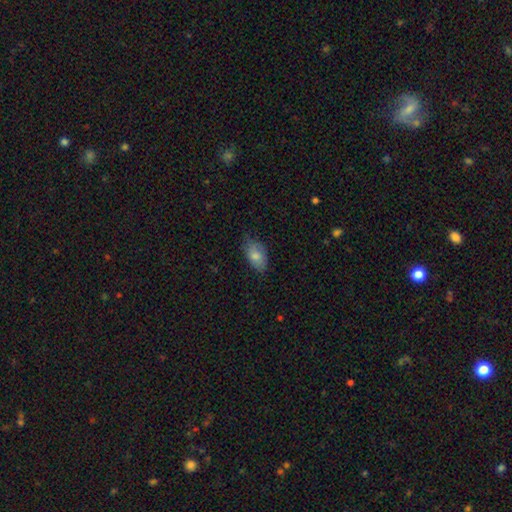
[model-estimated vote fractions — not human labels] This appears to be a smooth galaxy with no disk features (80%) that is in between round and cigar-shaped (92%). Merging: none (65%).